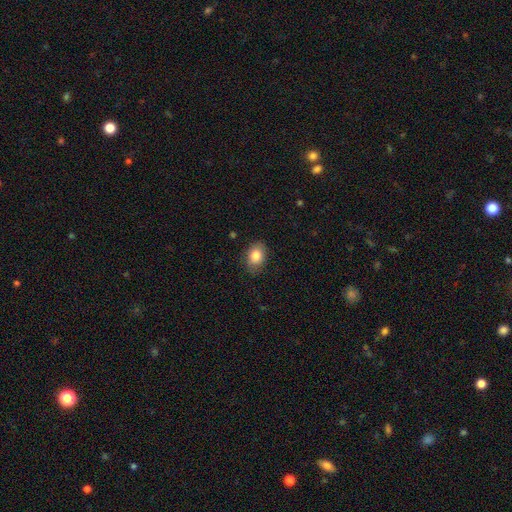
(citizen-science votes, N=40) A smooth galaxy with no disk features (85%) that is in between round and cigar-shaped (76%).

Vote fractions:
- Smooth or featured? smooth: 85% / featured or disk: 8% / star or artifact: 8%
- How rounded? in between: 76% / round: 18% / cigar-shaped: 6%
- Merging? none: 78% / minor disturbance: 19% / major disturbance: 3% / merger: 0%